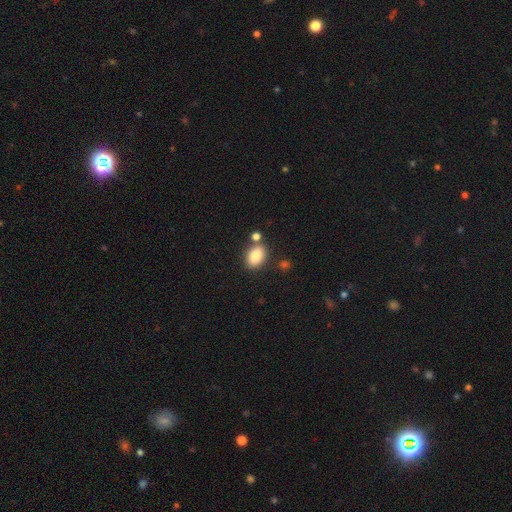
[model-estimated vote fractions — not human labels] Smooth or featured?
  - smooth: 85% *
  - star or artifact: 8%
  - featured or disk: 6%
How rounded?
  - in between: 80% *
  - round: 18%
  - cigar-shaped: 1%
Merging?
  - none: 72% *
  - merger: 13%
  - minor disturbance: 12%
  - major disturbance: 3%